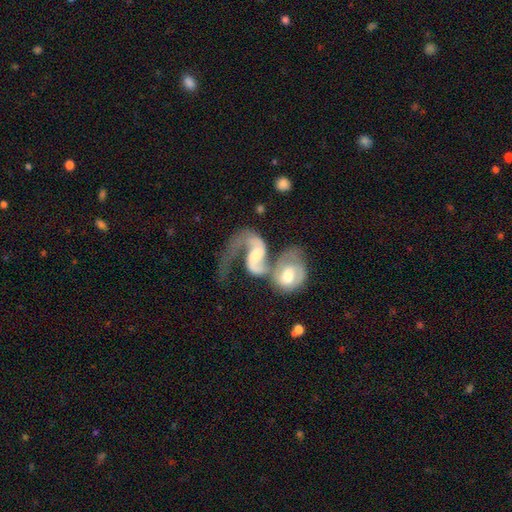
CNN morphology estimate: smooth-or-featured: featured or disk: 82% | smooth: 13% | star or artifact: 5%
  disk-edge-on: no: 96% | yes: 4%
    bar: weak: 44% | no: 32% | strong: 24%
    has-spiral-arms: yes: 94% | no: 6%
      spiral-winding: loose: 59% | medium: 32% | tight: 8%
      spiral-arm-count: 2: 71% | 1: 21% | can't tell: 5% | 3: 1% | 4: 1% | more than 4: 1%
    bulge-size: moderate: 57% | small: 19% | large: 18% | none: 5% | dominant: 2%
  merging: merger: 71% | major disturbance: 13% | none: 11% | minor disturbance: 5%